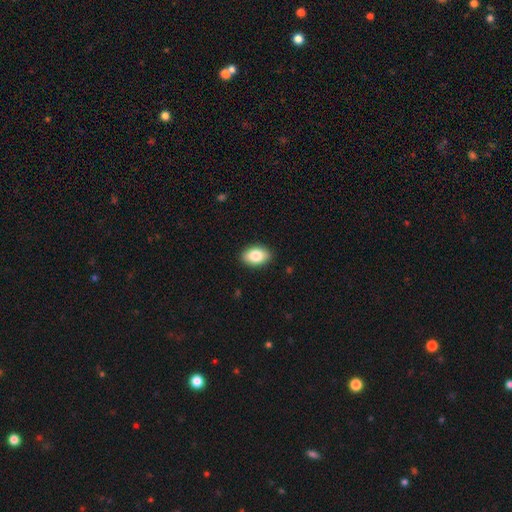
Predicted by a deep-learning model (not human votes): smooth_or_featured: smooth (p=0.84) [alt: featured or disk p=0.09]
how_rounded: in between (p=0.89) [alt: round p=0.10]
merging: none (p=0.89) [alt: minor disturbance p=0.08]